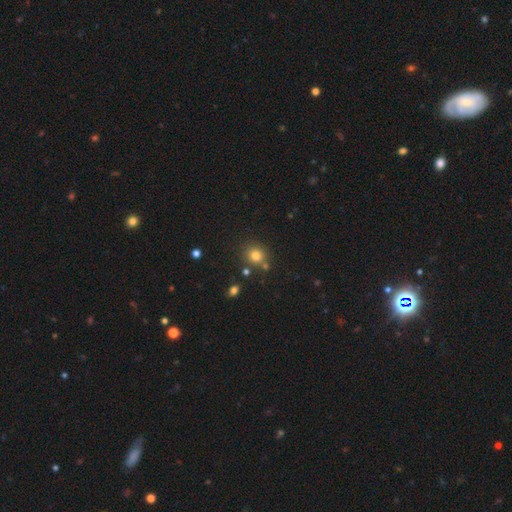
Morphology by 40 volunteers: Q: Smooth or featured?
A: smooth (82%); runner-up: star or artifact (12%)
Q: How rounded?
A: round (70%); runner-up: in between (30%)
Q: Merging?
A: none (60%); runner-up: merger (20%)